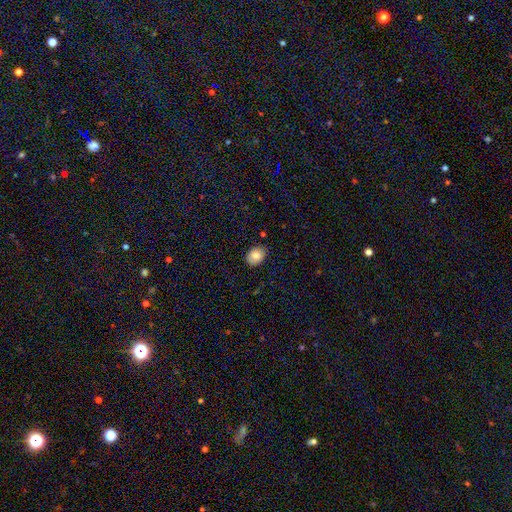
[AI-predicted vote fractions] smooth-or-featured: smooth: 82% | featured or disk: 9% | star or artifact: 8%
  how-rounded: in between: 65% | round: 34% | cigar-shaped: 1%
  merging: none: 84% | minor disturbance: 13% | major disturbance: 2% | merger: 1%